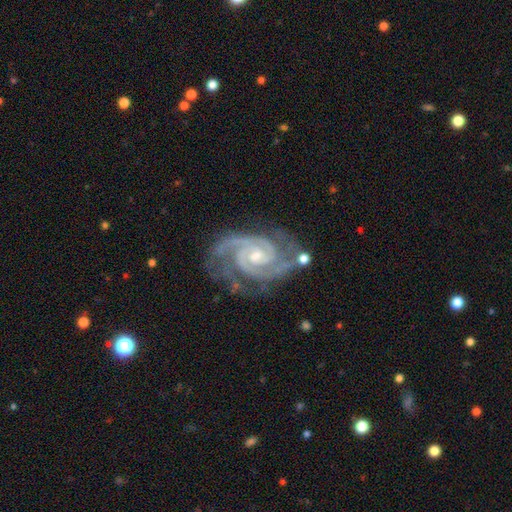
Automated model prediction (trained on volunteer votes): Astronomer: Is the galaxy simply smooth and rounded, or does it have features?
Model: featured or disk — 93%.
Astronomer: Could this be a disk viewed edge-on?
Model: no — 98%.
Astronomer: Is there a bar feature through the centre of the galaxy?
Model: no — 49% (runner-up: weak, 39%).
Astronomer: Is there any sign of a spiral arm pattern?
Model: yes — 99%.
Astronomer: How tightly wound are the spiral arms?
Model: tight — 62%.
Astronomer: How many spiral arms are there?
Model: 2 — 70%.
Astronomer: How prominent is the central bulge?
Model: small — 52% (runner-up: moderate, 44%).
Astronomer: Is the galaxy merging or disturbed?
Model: none — 70%.